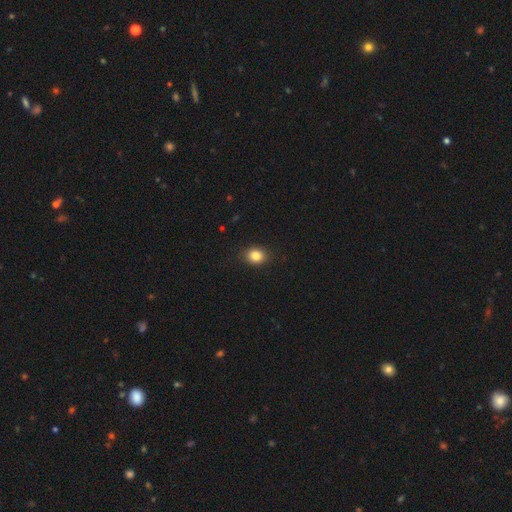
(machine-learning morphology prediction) The model was most divided on "how rounded": round: 54%, in between: 45%, cigar-shaped: 1%. More confident: merging — none (88%); smooth or featured — smooth (84%).